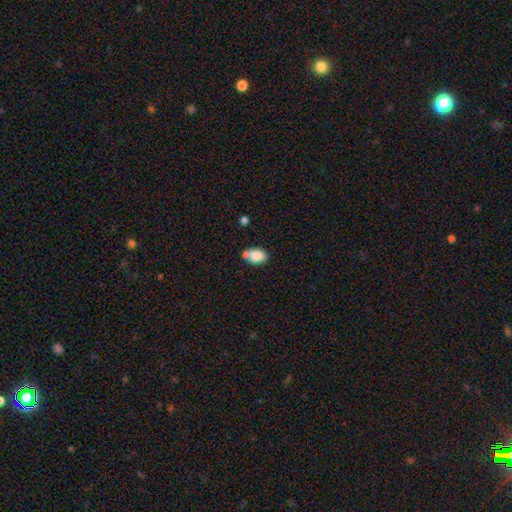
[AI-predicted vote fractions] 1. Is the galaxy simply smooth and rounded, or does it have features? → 85% smooth, 8% star or artifact, 7% featured or disk.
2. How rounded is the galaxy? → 88% in between, 11% round, 2% cigar-shaped.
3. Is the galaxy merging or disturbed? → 54% none, 23% minor disturbance, 18% merger, 5% major disturbance.